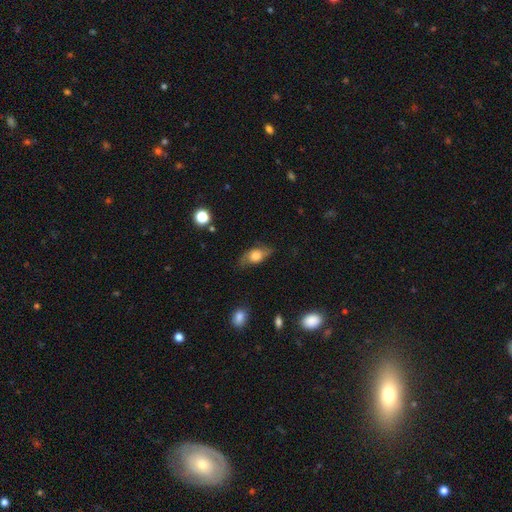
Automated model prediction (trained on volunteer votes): smooth 57%, featured or disk 34%, star or artifact 8%. Down the decision tree: how rounded — in between (78%); merging — none (68%).